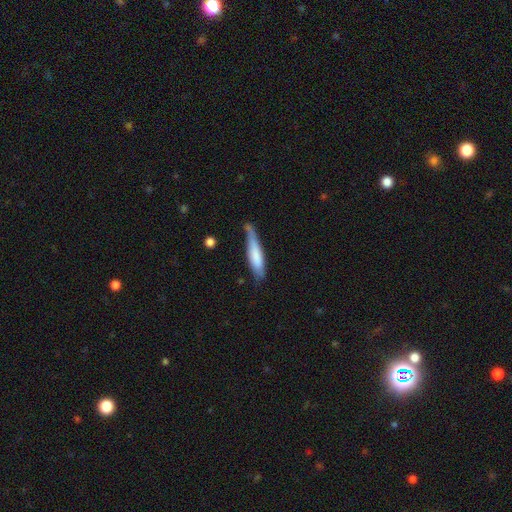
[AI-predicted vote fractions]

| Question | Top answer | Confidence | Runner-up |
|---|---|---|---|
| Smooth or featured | smooth | 70% | featured or disk (25%) |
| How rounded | cigar-shaped | 82% | in between (16%) |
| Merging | none | 52% | minor disturbance (34%) |